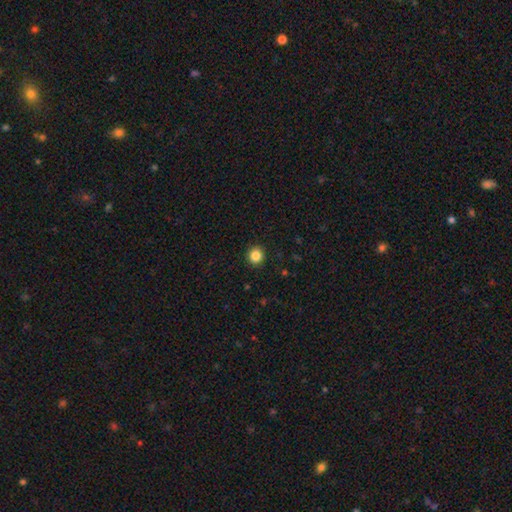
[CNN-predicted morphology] smooth 86%, star or artifact 11%, featured or disk 4%. Down the decision tree: how rounded — round (94%); merging — none (93%).